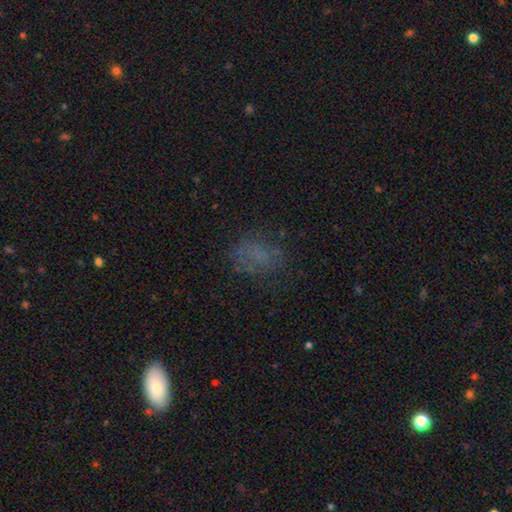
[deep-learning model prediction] Smooth or featured? Predicted: smooth (p=0.58). How rounded? Predicted: in between (p=0.72). Merging? Predicted: none (p=0.65).